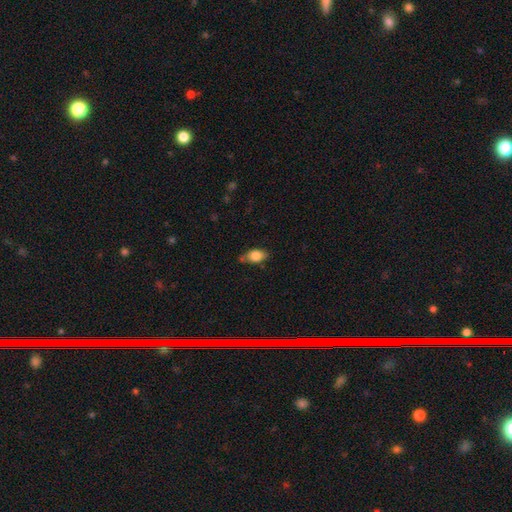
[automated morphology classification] Q: Smooth or featured?
A: smooth (81%); runner-up: featured or disk (12%)
Q: How rounded?
A: in between (87%); runner-up: round (9%)
Q: Merging?
A: none (67%); runner-up: minor disturbance (23%)